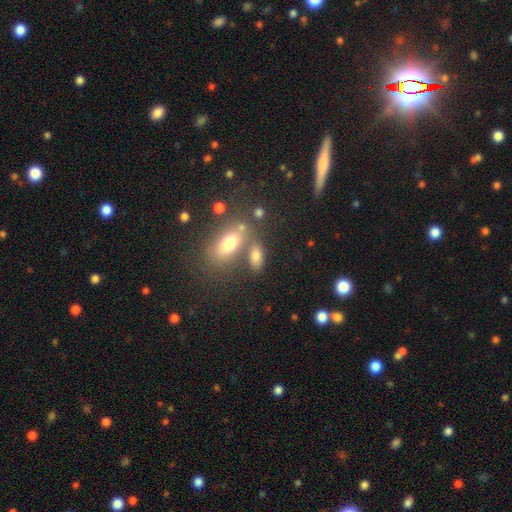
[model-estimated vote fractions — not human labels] A smooth galaxy with no disk features (76%) that is in between round and cigar-shaped (79%). Merging: none (59%).